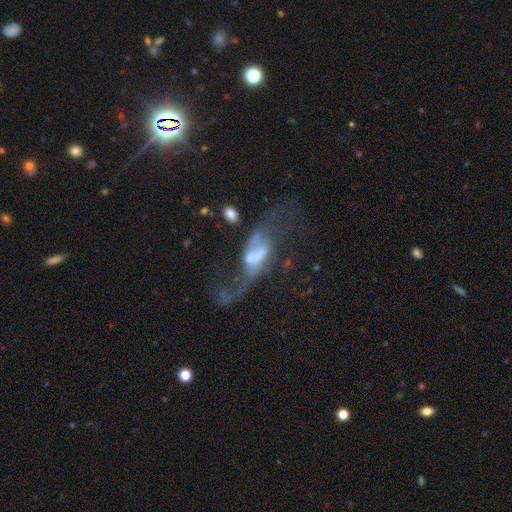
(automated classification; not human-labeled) This appears to be a featured or disk galaxy (70%) with no bar (49%), spiral arms (61%) and a small central bulge (31%). Merging: major disturbance (42%).